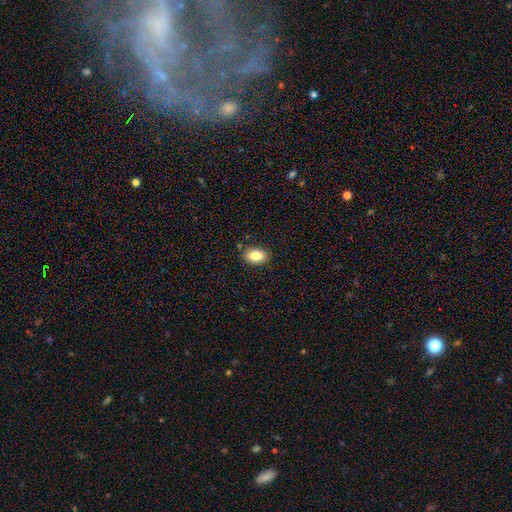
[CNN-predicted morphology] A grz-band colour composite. It shows a smooth galaxy with no disk features (85%) that is in between round and cigar-shaped (90%). Merging: none (86%).